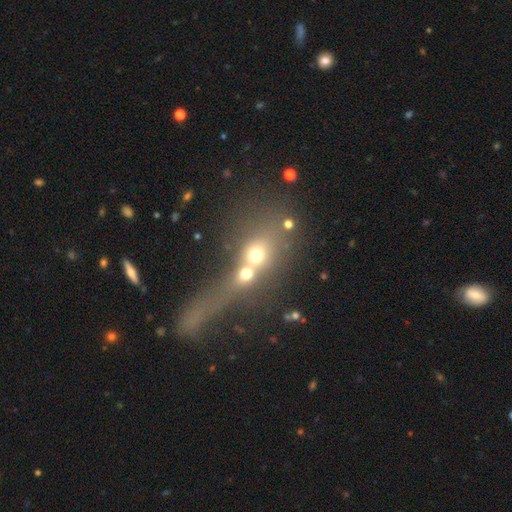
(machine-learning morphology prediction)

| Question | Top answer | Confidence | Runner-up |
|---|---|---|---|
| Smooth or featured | smooth | 50% | featured or disk (30%) |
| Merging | merger | 66% | none (17%) |